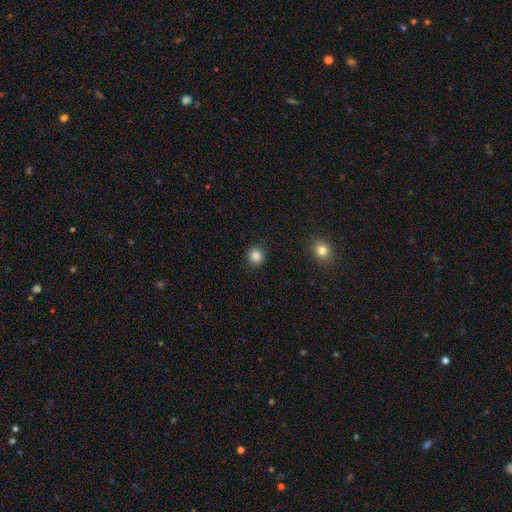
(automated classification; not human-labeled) The model was most divided on "smooth or featured": smooth: 85%, star or artifact: 11%, featured or disk: 4%. More confident: merging — none (90%); how rounded — round (89%).